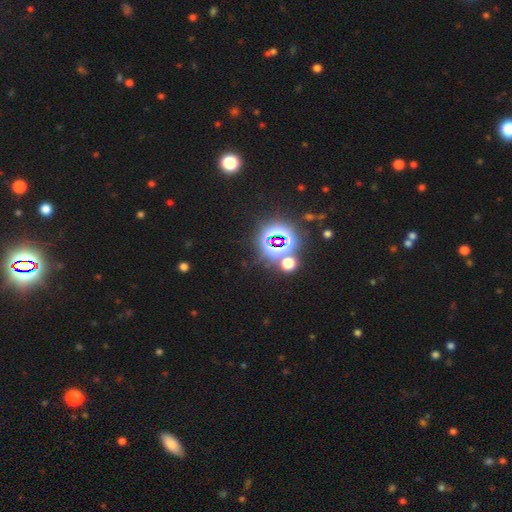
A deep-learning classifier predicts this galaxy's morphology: smooth-or-featured: star or artifact: 83% | smooth: 10% | featured or disk: 7%